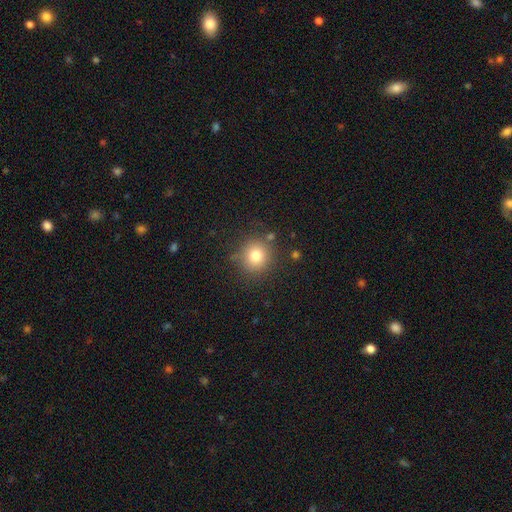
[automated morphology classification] The model was most divided on "smooth or featured": smooth: 79%, star or artifact: 12%, featured or disk: 9%. More confident: how rounded — round (90%); merging — none (83%).